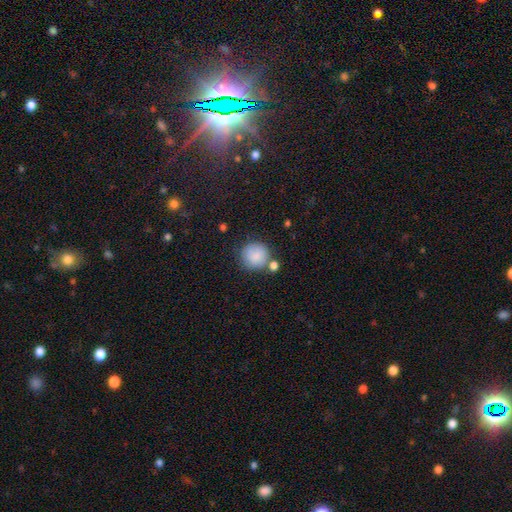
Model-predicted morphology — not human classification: This is clearly a smooth galaxy (83%). How rounded: clearly round (90%). Merging: likely none (65%).